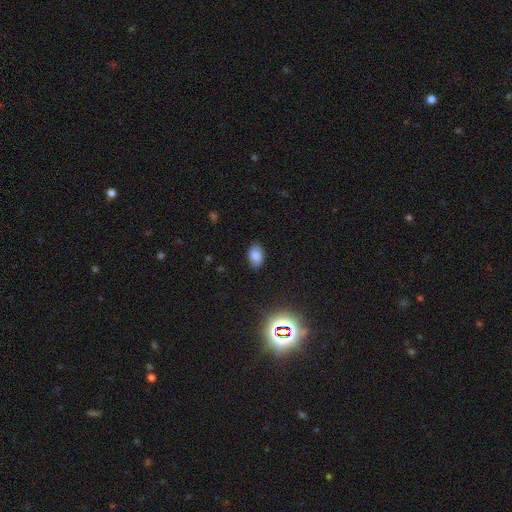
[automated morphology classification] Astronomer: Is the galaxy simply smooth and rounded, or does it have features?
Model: smooth — 78%.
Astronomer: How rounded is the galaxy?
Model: in between — 86%.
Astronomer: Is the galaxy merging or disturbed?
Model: none — 83%.